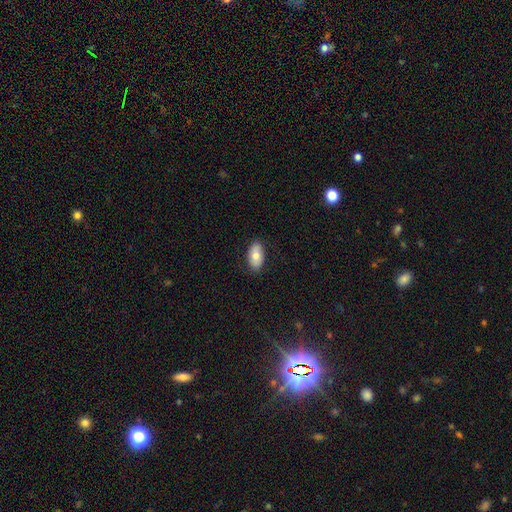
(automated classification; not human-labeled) This is likely a smooth galaxy (76%). How rounded: clearly in between (93%). Merging: clearly none (85%).